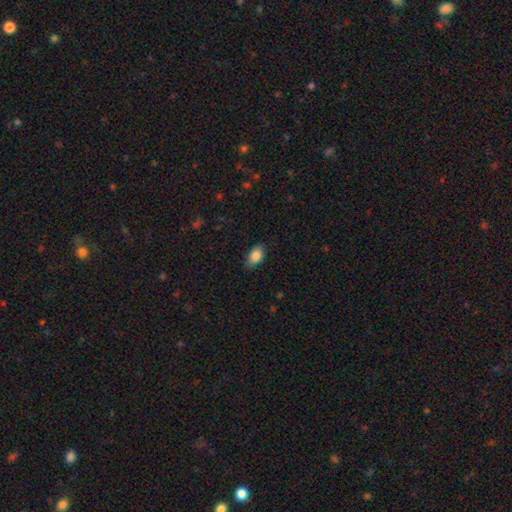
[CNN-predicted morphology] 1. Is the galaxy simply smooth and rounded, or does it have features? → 87% smooth, 7% star or artifact, 6% featured or disk.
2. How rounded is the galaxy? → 90% in between, 8% round, 2% cigar-shaped.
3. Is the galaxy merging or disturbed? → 82% none, 14% minor disturbance, 3% major disturbance, 1% merger.